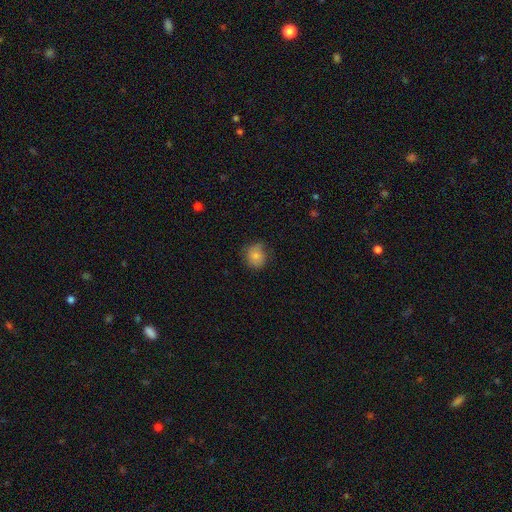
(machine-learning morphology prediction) smooth 81%, featured or disk 10%, star or artifact 9%. Down the decision tree: how rounded — round (82%); merging — none (73%).